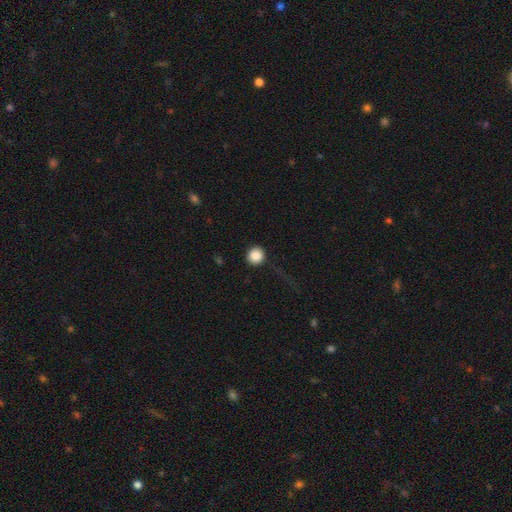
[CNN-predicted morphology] Smooth or featured? Predicted: smooth (p=0.87). How rounded? Predicted: round (p=0.93). Merging? Predicted: none (p=0.87).